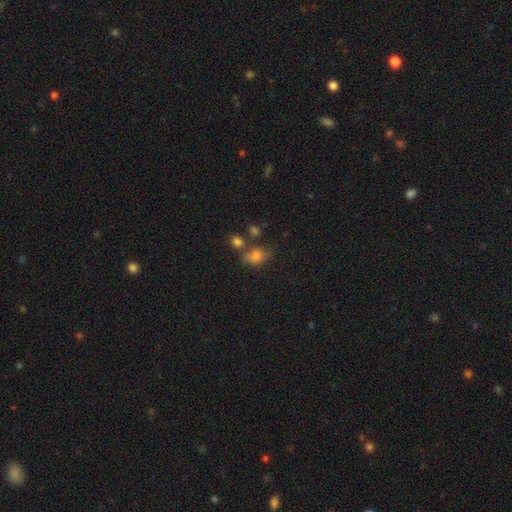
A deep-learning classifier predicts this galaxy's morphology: Overall: smooth (74%). How rounded: in between (68%; round 30%). Merging: none (56%; minor disturbance 20%).